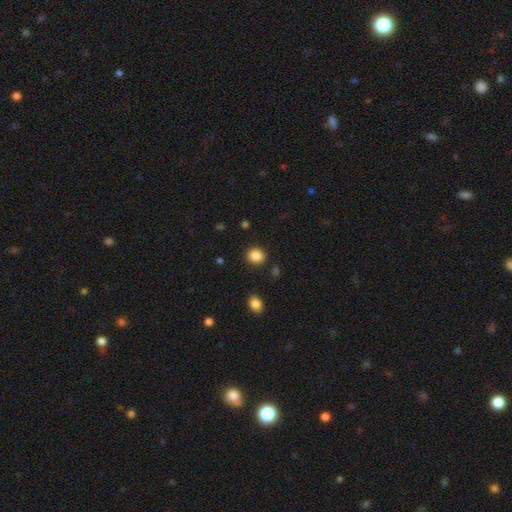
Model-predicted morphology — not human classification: A smooth galaxy with no disk features (87%) that is round (82%).

Vote fractions:
- Smooth or featured? smooth: 87% / star or artifact: 10% / featured or disk: 3%
- How rounded? round: 82% / in between: 17% / cigar-shaped: 1%
- Merging? none: 87% / minor disturbance: 8% / major disturbance: 3% / merger: 2%